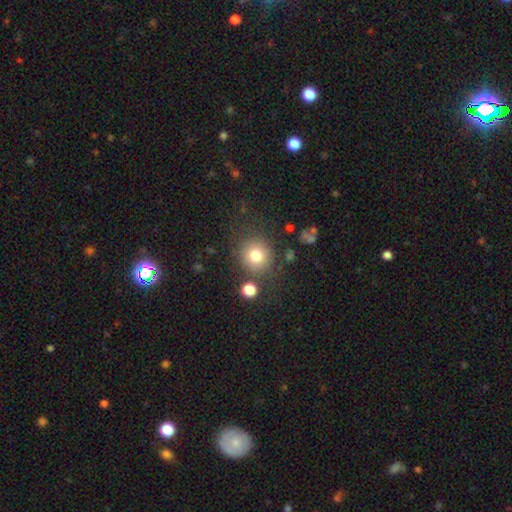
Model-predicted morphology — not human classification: type=smooth (79%); roundness=round (89%); merging=none (79%).